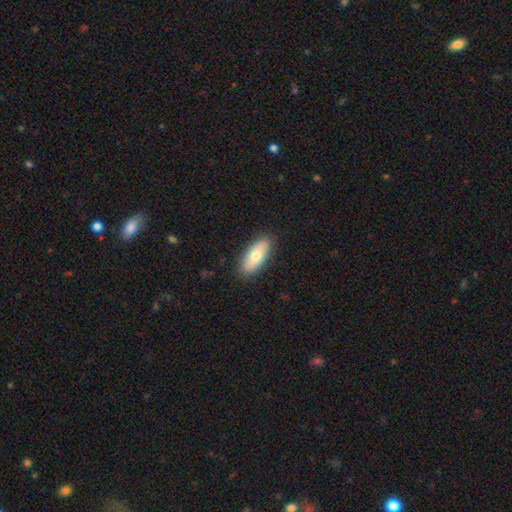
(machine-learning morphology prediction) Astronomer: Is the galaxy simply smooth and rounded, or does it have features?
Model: smooth — 74%.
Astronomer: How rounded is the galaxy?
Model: in between — 81%.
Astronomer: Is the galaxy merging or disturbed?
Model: none — 88%.